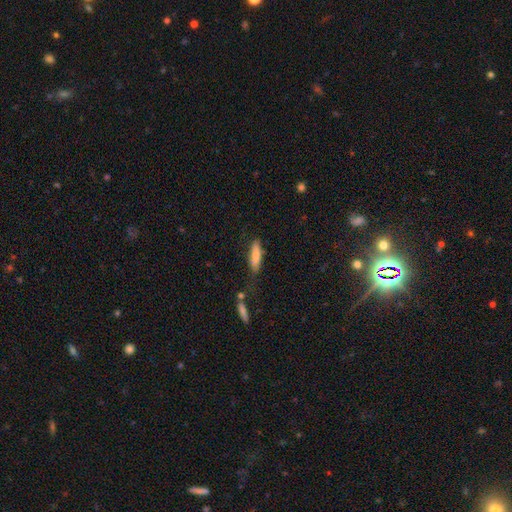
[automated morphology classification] This appears to be a smooth galaxy with no disk features (78%) that is cigar-shaped (66%). Merging: none (65%).